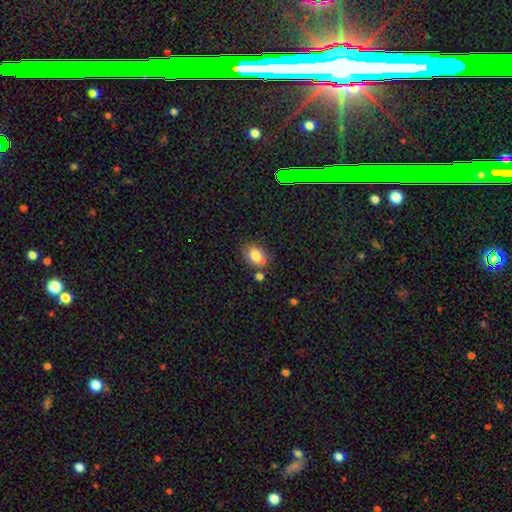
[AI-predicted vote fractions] Smooth or featured? Predicted: smooth (p=0.78). How rounded? Predicted: in between (p=0.66). Merging? Predicted: none (p=0.63).